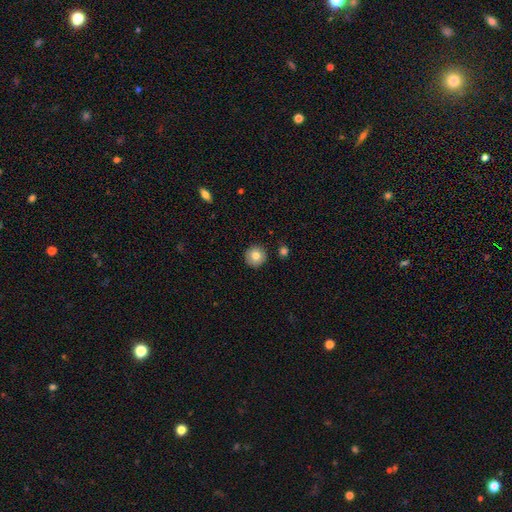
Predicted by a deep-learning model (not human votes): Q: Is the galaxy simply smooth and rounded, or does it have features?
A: smooth — 81%.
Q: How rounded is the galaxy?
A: round — 95%.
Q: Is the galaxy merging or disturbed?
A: none — 91%.